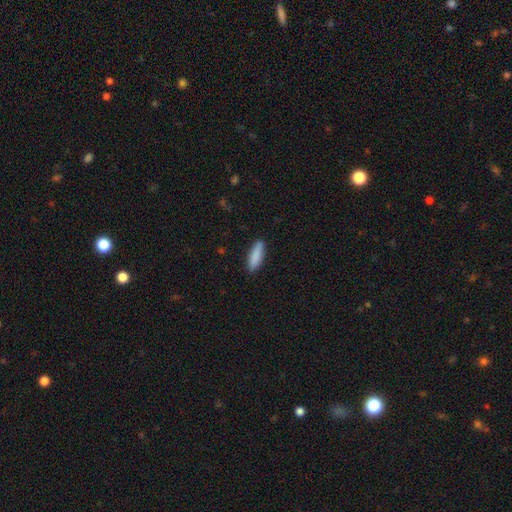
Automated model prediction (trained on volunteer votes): Q: Smooth or featured?
A: smooth (87%); runner-up: featured or disk (7%)
Q: How rounded?
A: cigar-shaped (52%); runner-up: in between (46%)
Q: Merging?
A: none (87%); runner-up: minor disturbance (10%)